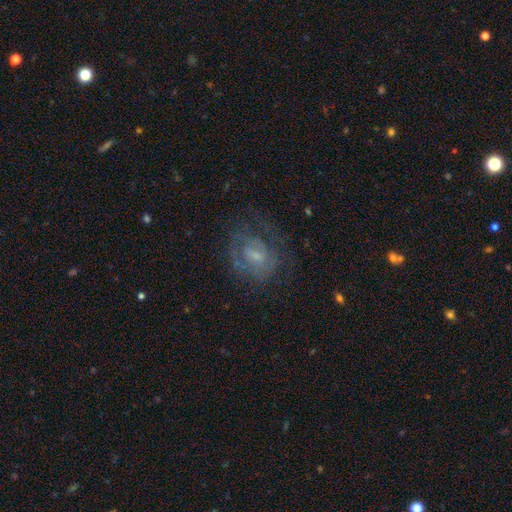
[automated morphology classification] A featured or disk galaxy (58%) with no bar (54%), spiral arms (59%) and a small central bulge (50%).

Vote fractions:
- Smooth or featured? featured or disk: 58% / smooth: 29% / star or artifact: 12%
- Edge-on disk? no: 97% / yes: 3%
- Bar? no: 54% / weak: 39% / strong: 7%
- Spiral arms? yes: 59% / no: 41%
- Bulge size? small: 50% / moderate: 31% / none: 14% / large: 3% / dominant: 1%
- Merging? none: 56% / major disturbance: 23% / minor disturbance: 20% / merger: 2%